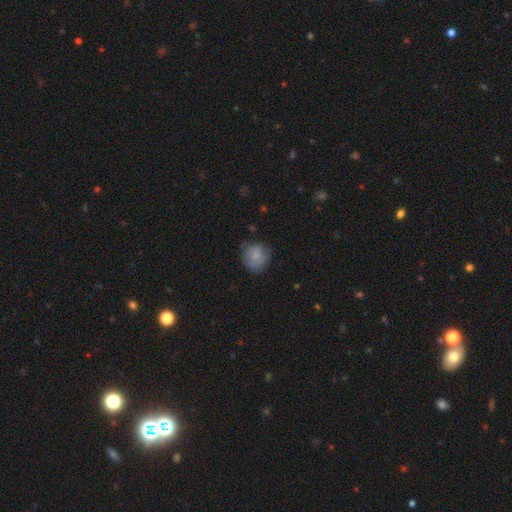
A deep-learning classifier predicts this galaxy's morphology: smooth_or_featured: smooth (p=0.77) [alt: featured or disk p=0.15]
how_rounded: round (p=0.81) [alt: in between p=0.18]
merging: none (p=0.67) [alt: minor disturbance p=0.24]